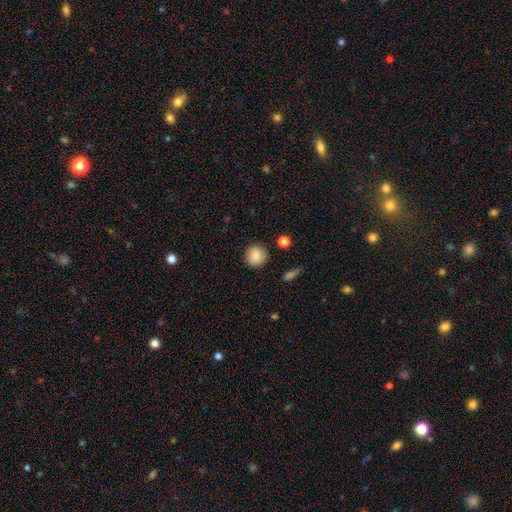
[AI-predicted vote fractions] This appears to be a smooth galaxy with no disk features (87%) that is round (90%). Merging: none (87%).